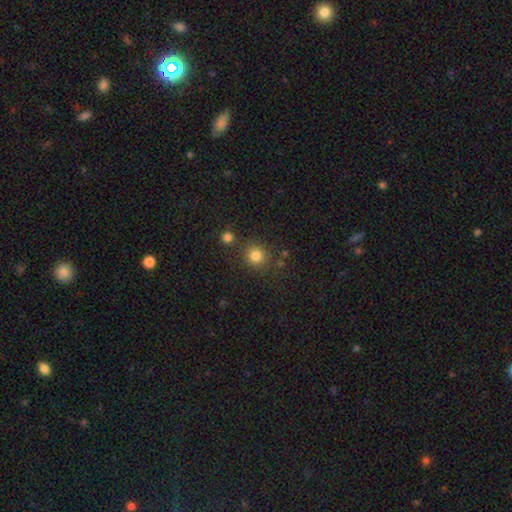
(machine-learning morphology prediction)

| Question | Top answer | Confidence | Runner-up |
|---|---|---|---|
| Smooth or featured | smooth | 81% | star or artifact (13%) |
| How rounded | round | 90% | in between (9%) |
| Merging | none | 80% | minor disturbance (9%) |